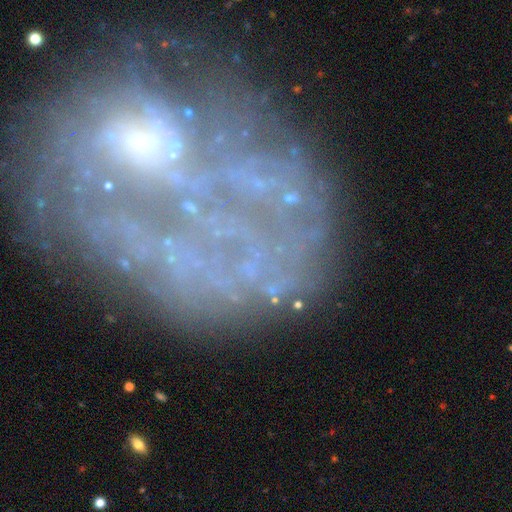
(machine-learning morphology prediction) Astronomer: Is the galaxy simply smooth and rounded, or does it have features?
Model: featured or disk — 68%.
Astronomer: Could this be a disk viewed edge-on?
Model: no — 97%.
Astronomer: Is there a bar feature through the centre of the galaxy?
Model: no — 79%.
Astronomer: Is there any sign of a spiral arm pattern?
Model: no — 58% (runner-up: yes, 42%).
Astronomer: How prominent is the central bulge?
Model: none — 56%.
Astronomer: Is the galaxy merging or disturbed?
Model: major disturbance — 36% (runner-up: none, 31%).